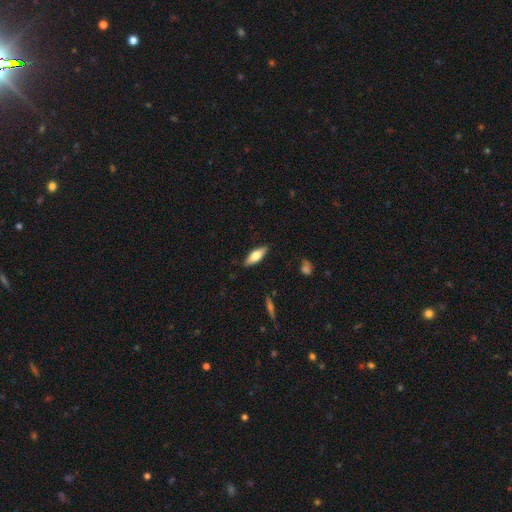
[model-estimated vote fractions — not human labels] Smooth or featured: smooth — 64% (featured or disk — 30%)
How rounded: in between — 62% (cigar-shaped — 36%)
Merging: none — 86% (minor disturbance — 10%)